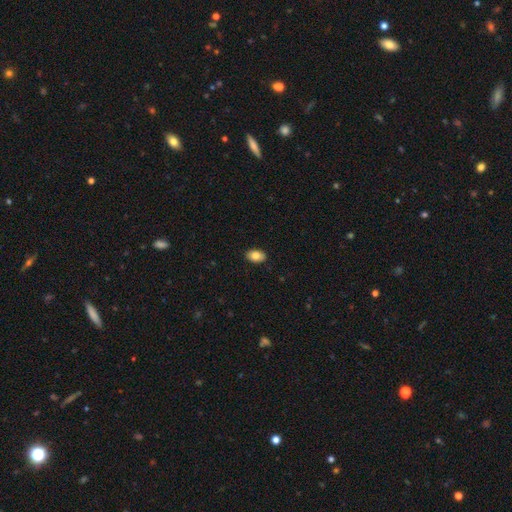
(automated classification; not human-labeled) smooth-or-featured: smooth: 82% | featured or disk: 10% | star or artifact: 7%
  how-rounded: in between: 90% | round: 9% | cigar-shaped: 1%
  merging: none: 90% | minor disturbance: 8% | major disturbance: 2% | merger: 1%